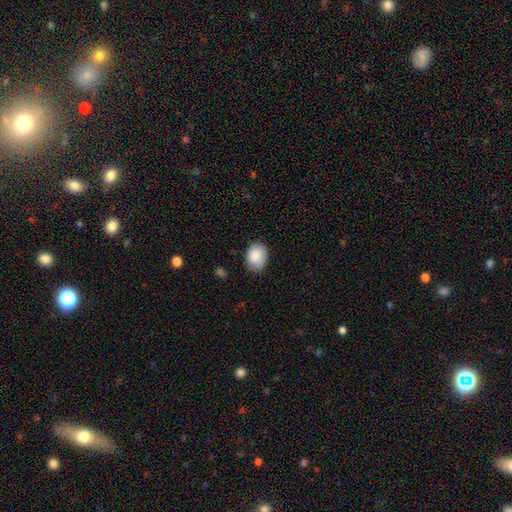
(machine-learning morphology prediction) A smooth galaxy with no disk features (87%) that is in between round and cigar-shaped (73%). Merging: none (71%).